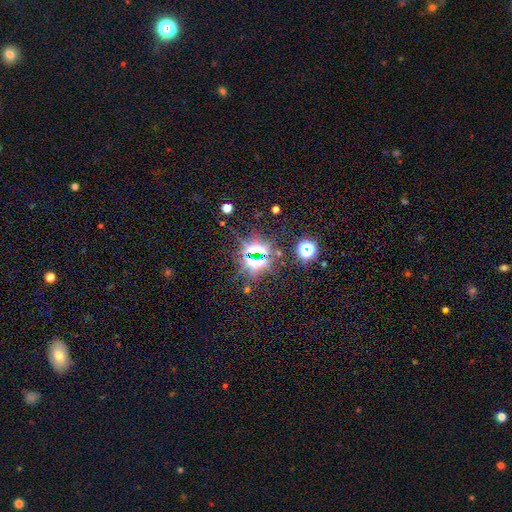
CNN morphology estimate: Smooth or featured? Predicted: star or artifact (p=0.72).